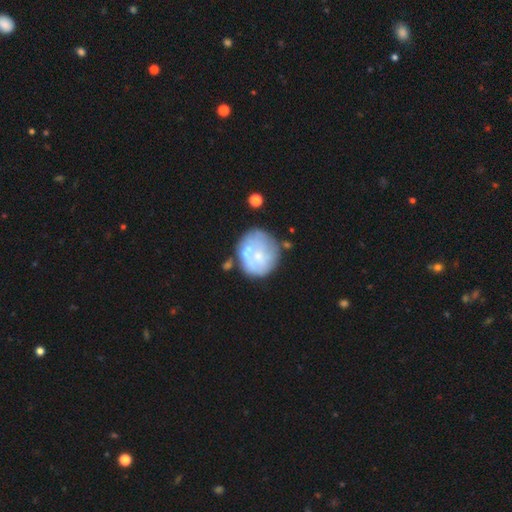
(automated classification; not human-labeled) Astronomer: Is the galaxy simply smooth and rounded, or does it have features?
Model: featured or disk — 52% (runner-up: smooth, 41%).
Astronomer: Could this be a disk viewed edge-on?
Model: no — 98%.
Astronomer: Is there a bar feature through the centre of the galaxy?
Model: no — 83%.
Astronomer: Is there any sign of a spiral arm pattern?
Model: no — 68%.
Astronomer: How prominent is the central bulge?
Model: small — 48% (runner-up: moderate, 28%).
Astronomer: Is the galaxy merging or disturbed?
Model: none — 57%.